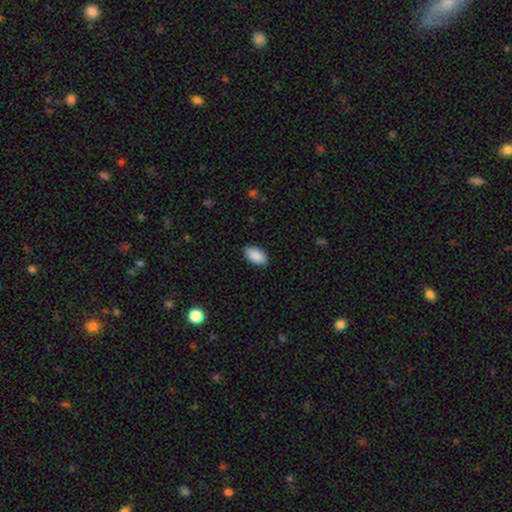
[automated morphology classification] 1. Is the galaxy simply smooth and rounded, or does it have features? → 91% smooth, 6% star or artifact, 3% featured or disk.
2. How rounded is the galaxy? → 95% in between, 3% round, 2% cigar-shaped.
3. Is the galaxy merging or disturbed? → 89% none, 8% minor disturbance, 2% major disturbance, 1% merger.